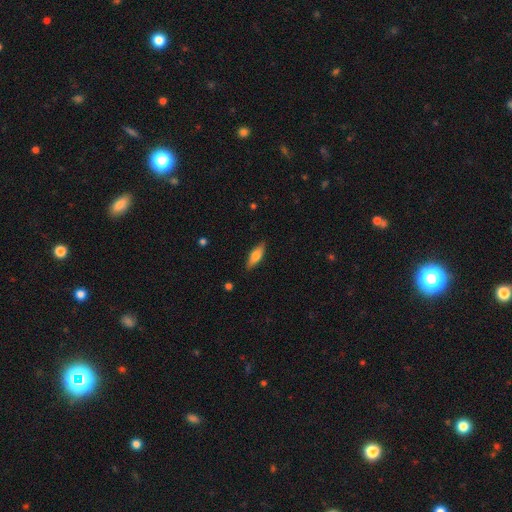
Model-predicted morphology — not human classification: smooth 62%, featured or disk 31%, star or artifact 6%. Down the decision tree: how rounded — in between (56%); merging — none (86%).